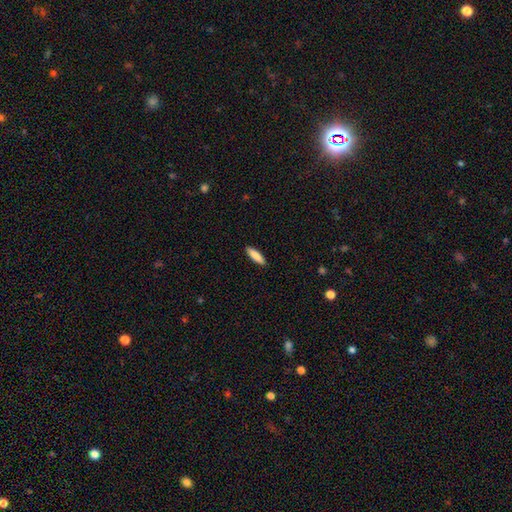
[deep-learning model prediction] This appears to be a smooth galaxy with no disk features (85%) that is cigar-shaped (65%). Merging: none (90%).